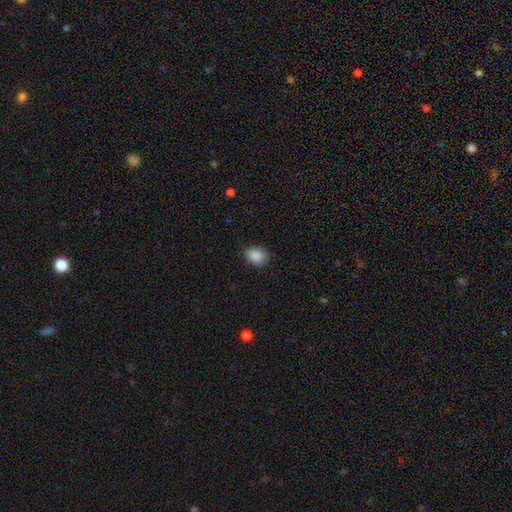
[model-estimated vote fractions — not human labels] A smooth galaxy with no disk features (88%) that is in between round and cigar-shaped (65%). Merging: none (76%).